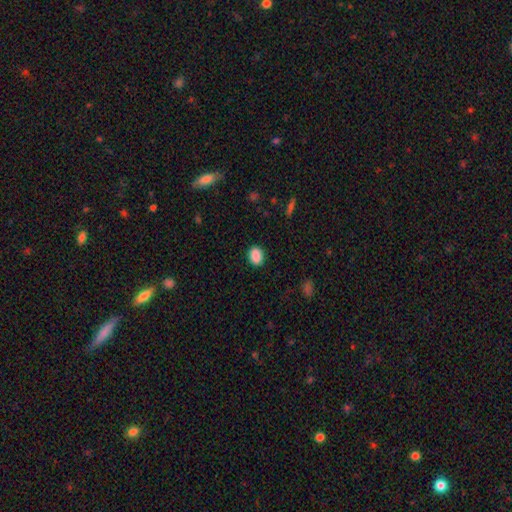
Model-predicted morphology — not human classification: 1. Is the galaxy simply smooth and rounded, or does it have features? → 89% smooth, 8% star or artifact, 3% featured or disk.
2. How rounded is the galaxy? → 63% in between, 35% round, 1% cigar-shaped.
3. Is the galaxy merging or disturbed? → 88% none, 8% minor disturbance, 2% major disturbance, 1% merger.